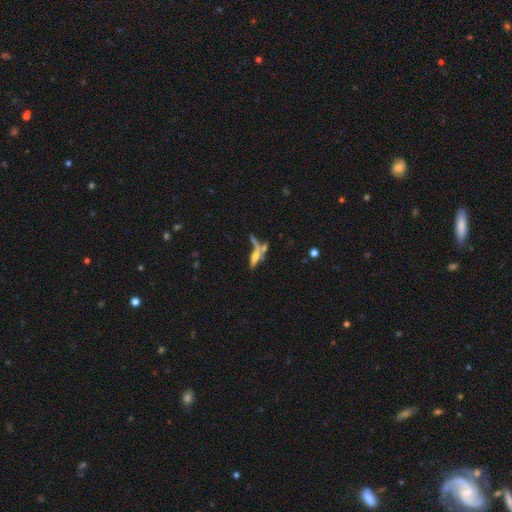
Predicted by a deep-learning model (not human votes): Smooth or featured? Predicted: featured or disk (p=0.46). Merging? Predicted: none (p=0.40).